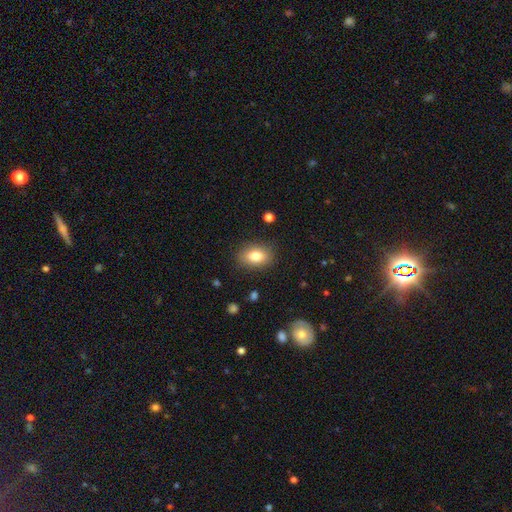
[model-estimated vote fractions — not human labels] A smooth galaxy with no disk features (81%) that is in between round and cigar-shaped (80%).

Vote fractions:
- Smooth or featured? smooth: 81% / featured or disk: 10% / star or artifact: 9%
- How rounded? in between: 80% / round: 19% / cigar-shaped: 2%
- Merging? none: 86% / minor disturbance: 10% / major disturbance: 3% / merger: 1%